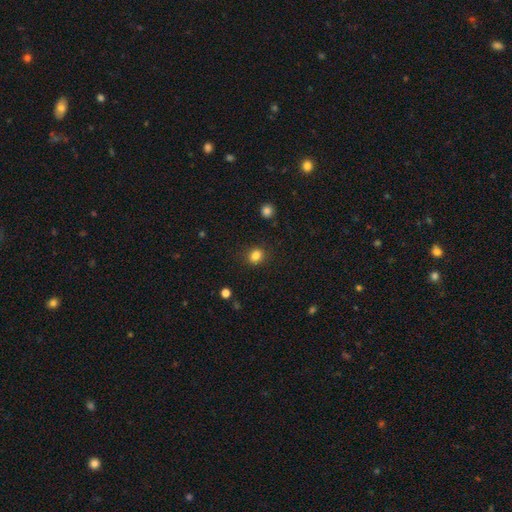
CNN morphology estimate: The model was most divided on "how rounded": round: 64%, in between: 35%, cigar-shaped: 1%. More confident: merging — none (86%); smooth or featured — smooth (84%).